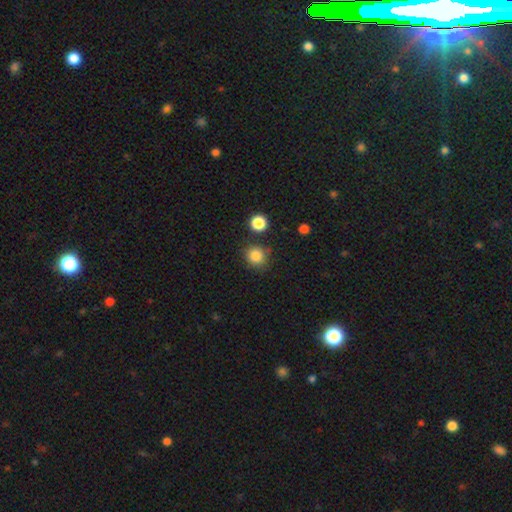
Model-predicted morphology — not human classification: Smooth or featured?
  - smooth: 85% *
  - star or artifact: 11%
  - featured or disk: 4%
How rounded?
  - round: 87% *
  - in between: 12%
  - cigar-shaped: 1%
Merging?
  - none: 81% *
  - minor disturbance: 11%
  - merger: 6%
  - major disturbance: 3%